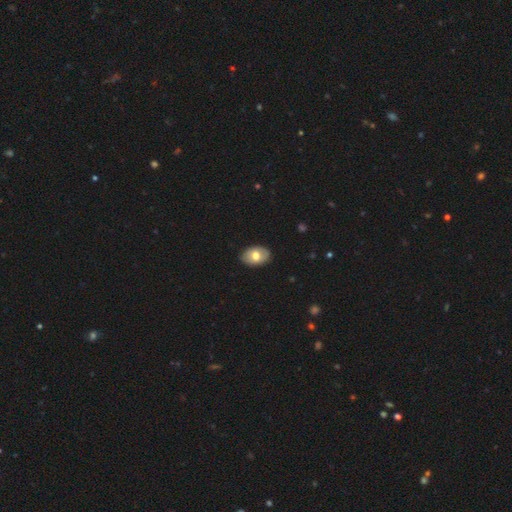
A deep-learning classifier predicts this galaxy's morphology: This is likely a smooth galaxy (69%). How rounded: clearly in between (86%). Merging: clearly none (87%).